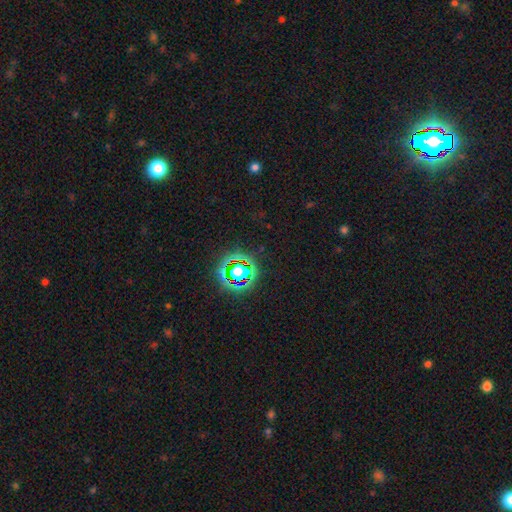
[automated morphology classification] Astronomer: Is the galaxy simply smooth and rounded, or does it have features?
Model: star or artifact — 78%.